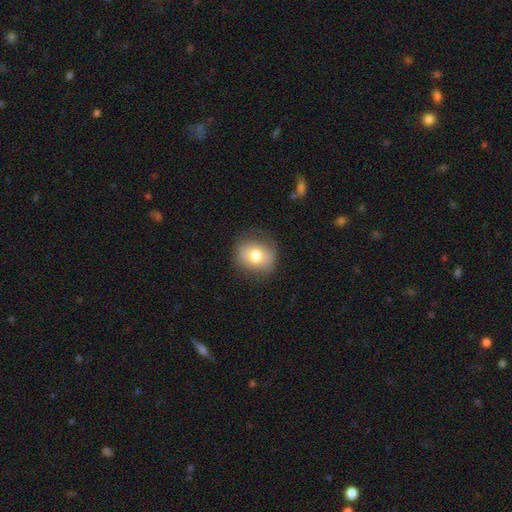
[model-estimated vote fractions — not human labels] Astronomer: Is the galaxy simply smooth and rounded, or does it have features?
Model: smooth — 73%.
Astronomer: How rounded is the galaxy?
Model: round — 66%.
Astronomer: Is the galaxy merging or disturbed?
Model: none — 73%.